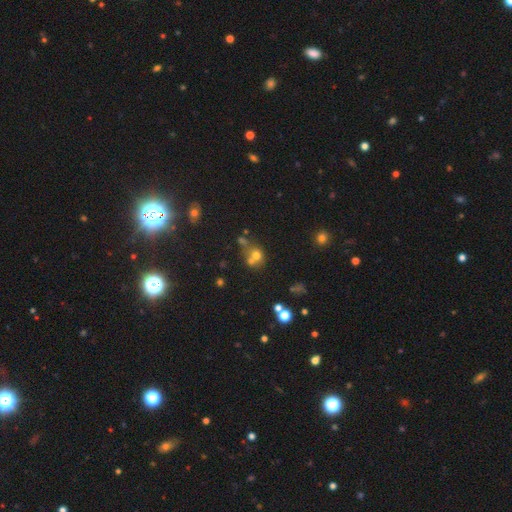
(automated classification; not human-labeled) Smooth or featured? Predicted: smooth (p=0.62). How rounded? Predicted: round (p=0.77). Merging? Predicted: merger (p=0.44).